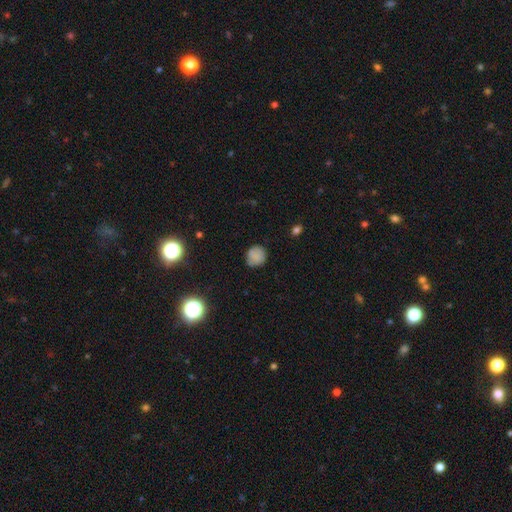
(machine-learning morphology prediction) This is likely a smooth galaxy (79%). How rounded: clearly round (85%). Merging: likely none (78%).